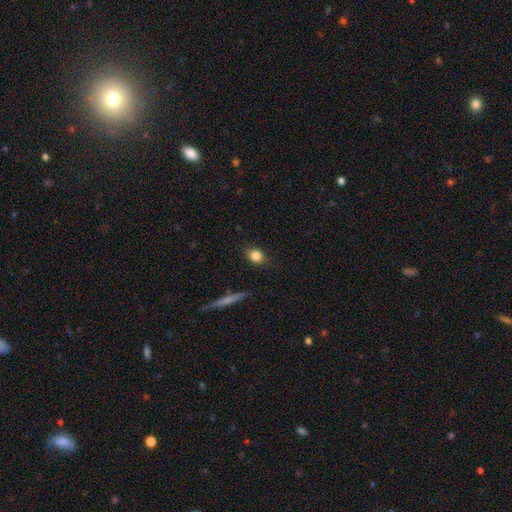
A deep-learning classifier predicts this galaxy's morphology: Smooth or featured?
  - smooth: 82% *
  - star or artifact: 10%
  - featured or disk: 8%
How rounded?
  - round: 50% *
  - in between: 47%
  - cigar-shaped: 4%
Merging?
  - none: 85% *
  - minor disturbance: 11%
  - major disturbance: 3%
  - merger: 1%